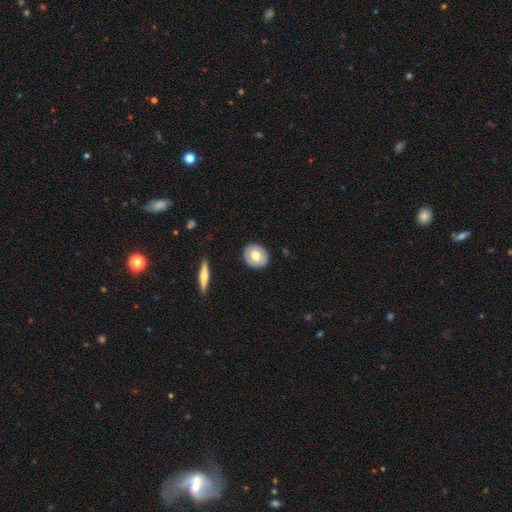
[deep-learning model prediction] smooth-or-featured: smooth: 68% | featured or disk: 26% | star or artifact: 7%
  how-rounded: round: 80% | in between: 19% | cigar-shaped: 1%
  merging: none: 89% | minor disturbance: 8% | major disturbance: 2% | merger: 1%